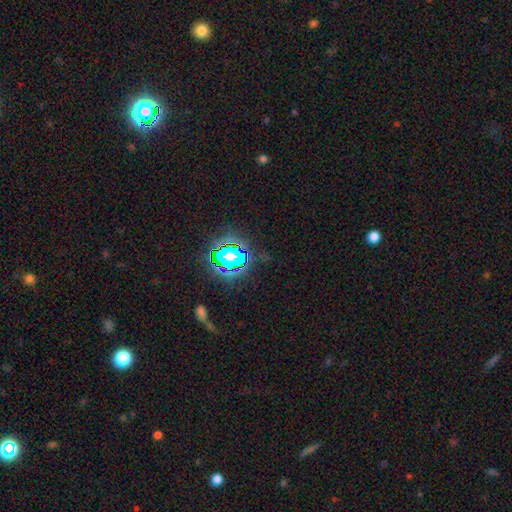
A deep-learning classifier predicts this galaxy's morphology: Smooth or featured? star or artifact (81%)